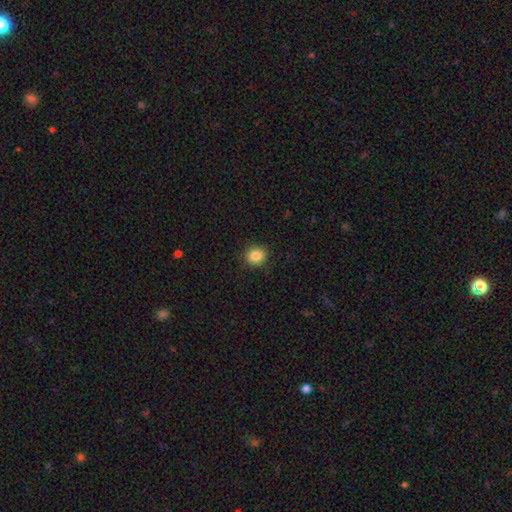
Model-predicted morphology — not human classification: smooth-or-featured: smooth: 86% | star or artifact: 10% | featured or disk: 4%
  how-rounded: round: 78% | in between: 21% | cigar-shaped: 1%
  merging: none: 87% | minor disturbance: 9% | major disturbance: 3% | merger: 1%